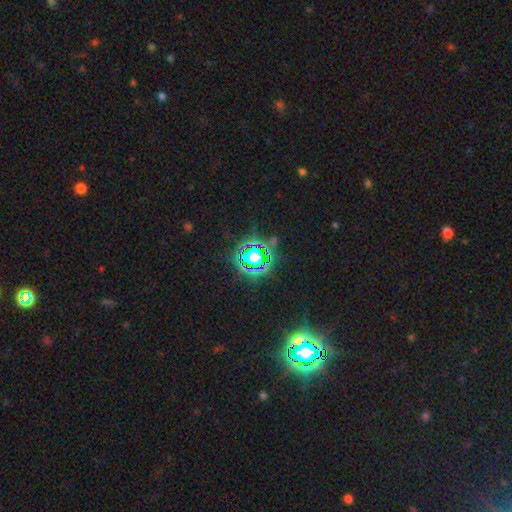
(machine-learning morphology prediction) This appears to be a star or artifact, not a galaxy (74%).